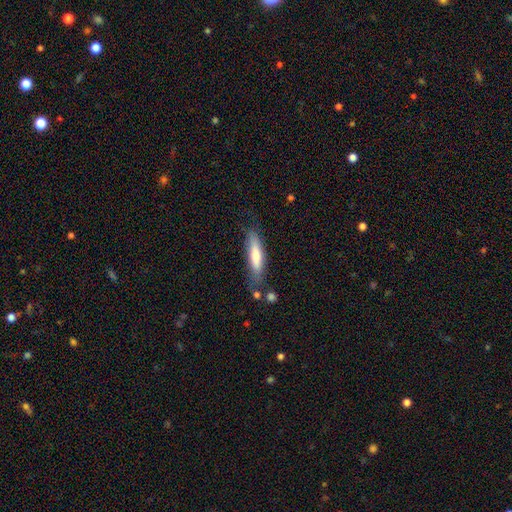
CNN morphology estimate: Smooth or featured?
  - smooth: 65% *
  - featured or disk: 29%
  - star or artifact: 6%
How rounded?
  - cigar-shaped: 74% *
  - in between: 25%
  - round: 1%
Merging?
  - none: 67% *
  - minor disturbance: 21%
  - major disturbance: 6%
  - merger: 6%